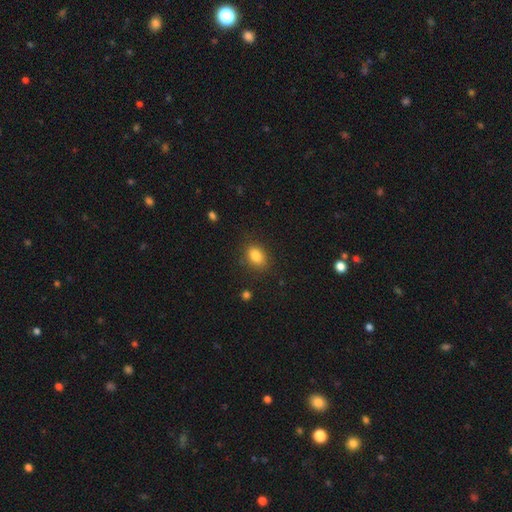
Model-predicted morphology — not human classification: Q: Smooth or featured?
A: smooth (84%); runner-up: star or artifact (10%)
Q: How rounded?
A: in between (76%); runner-up: round (22%)
Q: Merging?
A: none (82%); runner-up: minor disturbance (13%)